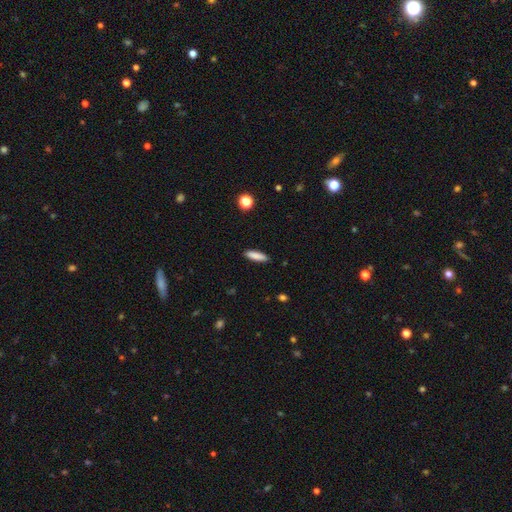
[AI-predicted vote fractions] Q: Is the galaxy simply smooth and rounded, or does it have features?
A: smooth — 86%.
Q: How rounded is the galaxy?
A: cigar-shaped — 68%.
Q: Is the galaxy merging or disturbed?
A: none — 89%.